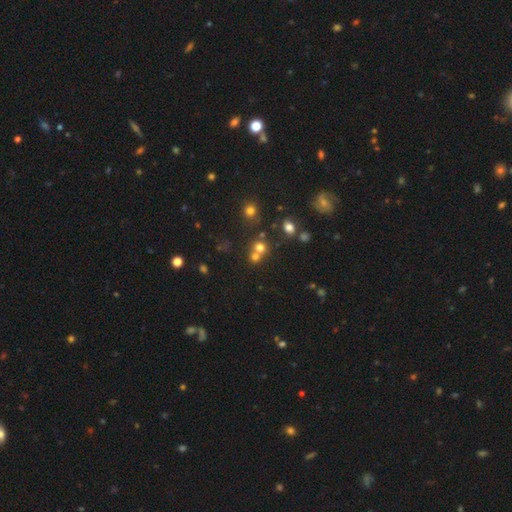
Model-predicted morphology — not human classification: A smooth galaxy with no disk features (60%) that is round (86%).

Vote fractions:
- Smooth or featured? smooth: 60% / star or artifact: 28% / featured or disk: 12%
- How rounded? round: 86% / in between: 13% / cigar-shaped: 1%
- Merging? none: 52% / merger: 38% / minor disturbance: 7% / major disturbance: 3%